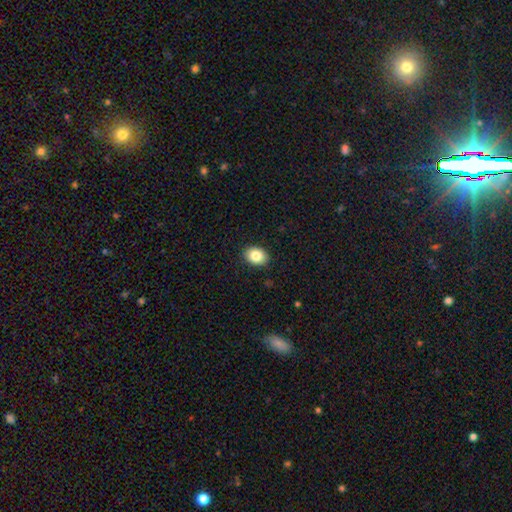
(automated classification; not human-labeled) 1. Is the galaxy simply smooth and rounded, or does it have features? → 85% smooth, 8% star or artifact, 7% featured or disk.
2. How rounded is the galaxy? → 67% in between, 32% round, 1% cigar-shaped.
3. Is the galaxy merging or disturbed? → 90% none, 7% minor disturbance, 2% major disturbance, 1% merger.